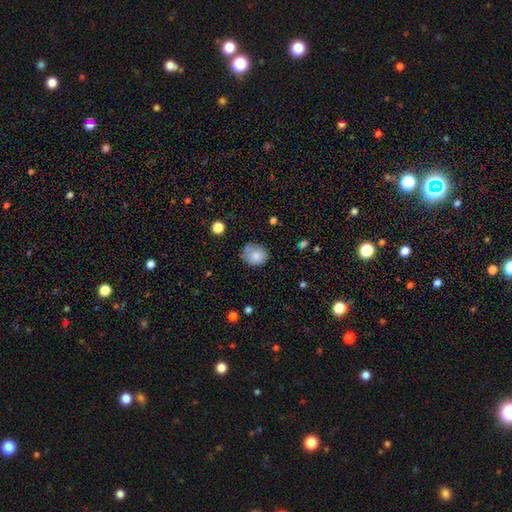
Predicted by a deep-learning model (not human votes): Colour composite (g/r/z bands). It shows a smooth galaxy with no disk features (80%) that is round (72%). Merging: none (59%).